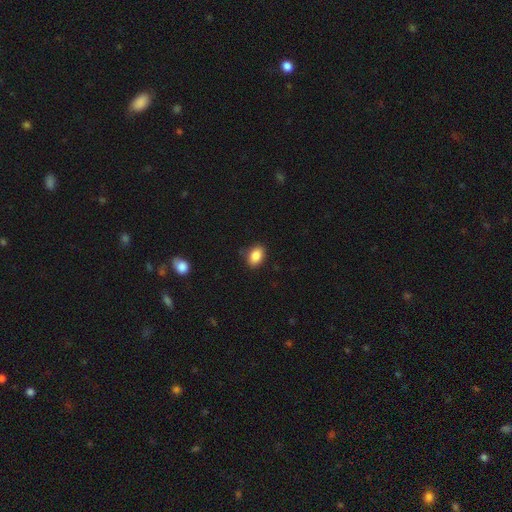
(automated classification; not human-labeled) Morphology: type=smooth (88%); roundness=in between (83%); merging=none (86%).